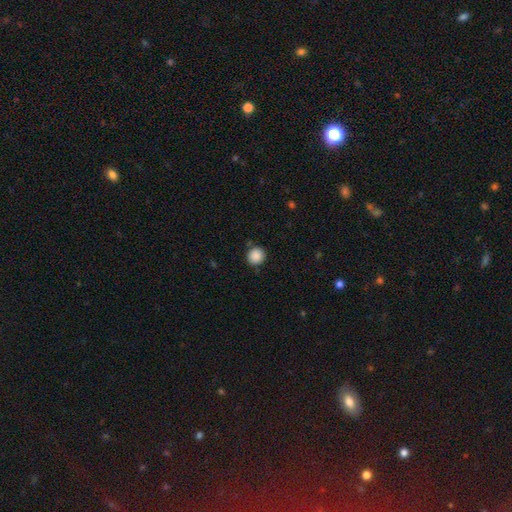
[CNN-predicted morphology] Overall: smooth (88%). How rounded: round (92%). Merging: none (86%).